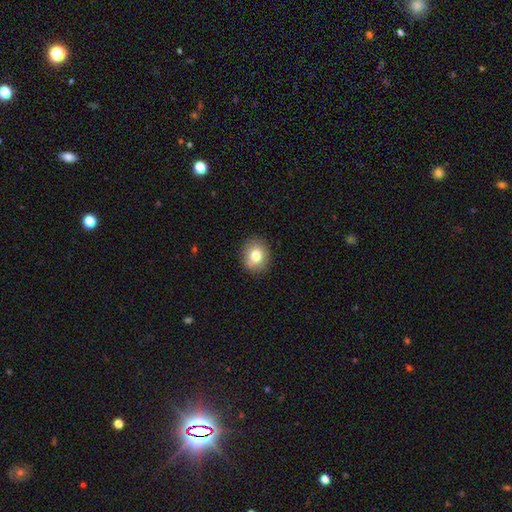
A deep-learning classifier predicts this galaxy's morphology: Smooth or featured? Predicted: smooth (p=0.79). How rounded? Predicted: round (p=0.74). Merging? Predicted: none (p=0.86).